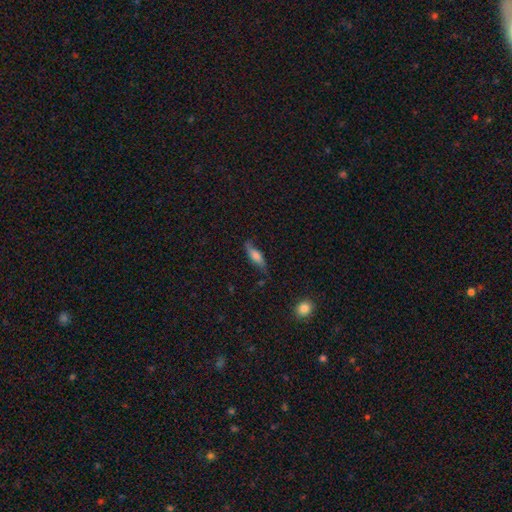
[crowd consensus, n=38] featured or disk 53%, smooth 45%, star or artifact 3%. Down the decision tree: edge-on disk — yes (75%); edge-on bulge — rounded (80%); merging — none (78%).